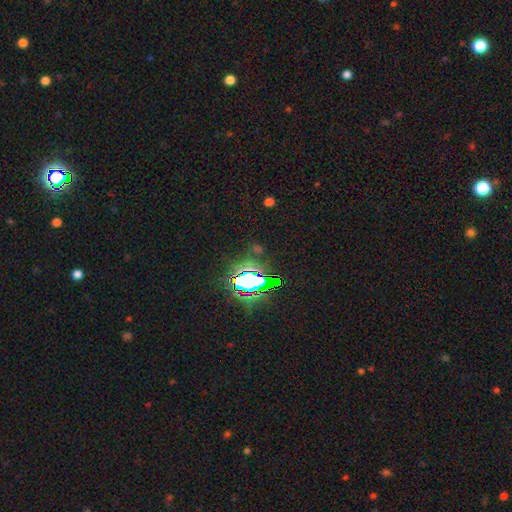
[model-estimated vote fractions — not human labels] This is clearly a star or artifact rather than a galaxy (83%).